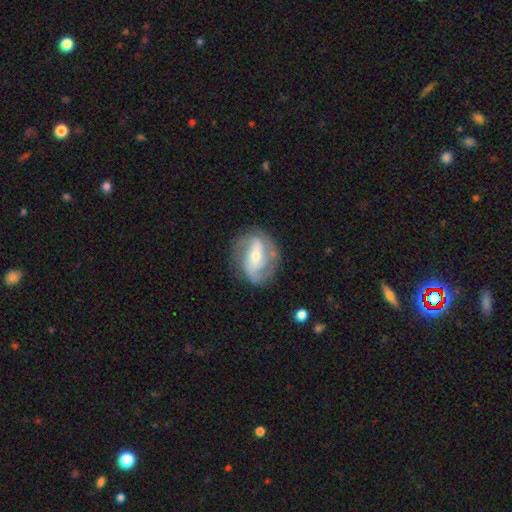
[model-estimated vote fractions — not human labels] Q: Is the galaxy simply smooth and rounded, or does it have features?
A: featured or disk — 79%.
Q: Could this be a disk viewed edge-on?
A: no — 96%.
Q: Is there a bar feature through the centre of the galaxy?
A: strong — 46%.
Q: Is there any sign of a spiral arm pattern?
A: yes — 89%.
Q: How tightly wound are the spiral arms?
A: medium — 43%.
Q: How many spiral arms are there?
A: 2 — 73%.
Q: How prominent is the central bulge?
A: small — 50%.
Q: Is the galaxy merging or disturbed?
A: none — 74%.